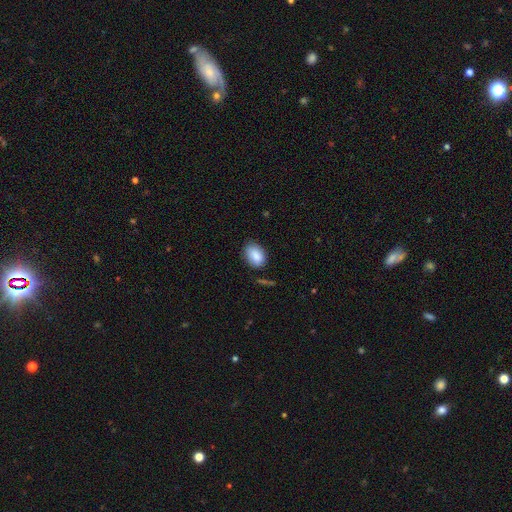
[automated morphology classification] This appears to be a smooth galaxy with no disk features (87%) that is in between round and cigar-shaped (86%). Merging: none (75%).